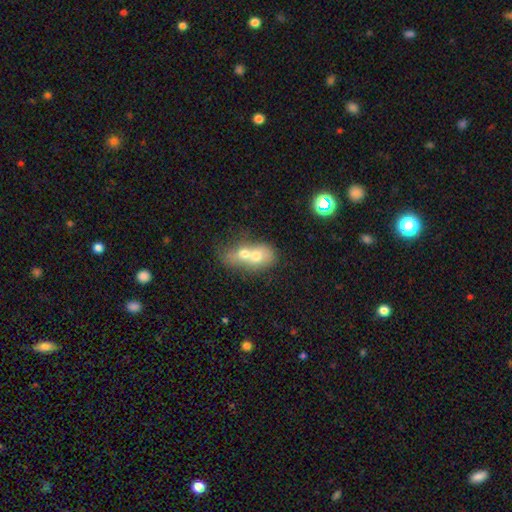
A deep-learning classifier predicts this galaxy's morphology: type=smooth (61%); roundness=in between (60%); merging=merger (81%).